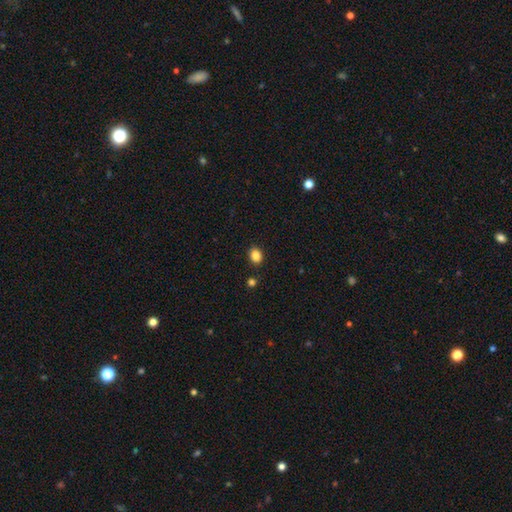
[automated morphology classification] Smooth or featured? Predicted: smooth (p=0.85). How rounded? Predicted: in between (p=0.57). Merging? Predicted: none (p=0.87).